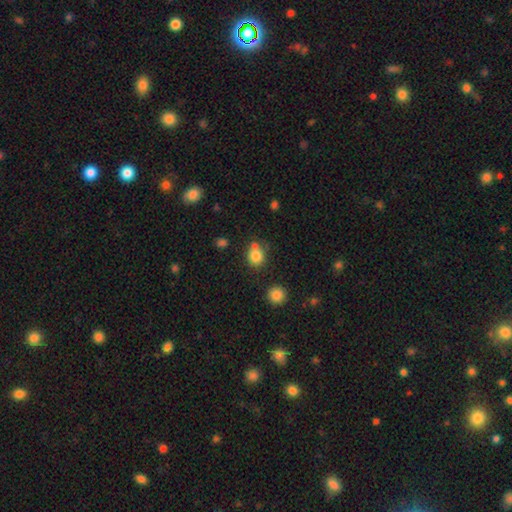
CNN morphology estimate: smooth_or_featured: smooth (p=0.81) [alt: star or artifact p=0.12]
how_rounded: round (p=0.81) [alt: in between p=0.18]
merging: none (p=0.63) [alt: merger p=0.20]